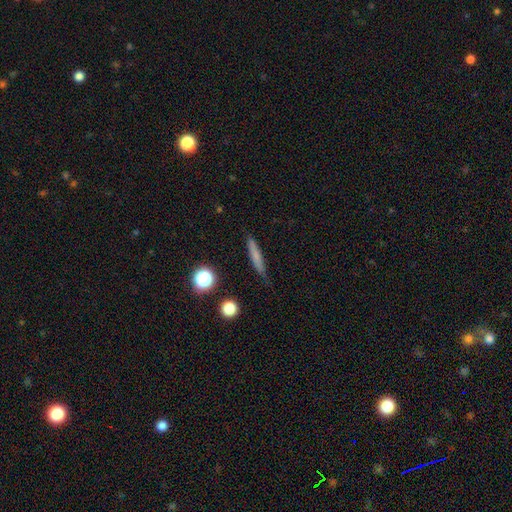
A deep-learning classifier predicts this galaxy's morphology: smooth_or_featured: smooth (p=0.68) [alt: featured or disk p=0.23]
how_rounded: cigar-shaped (p=0.90) [alt: in between p=0.07]
merging: none (p=0.81) [alt: minor disturbance p=0.14]